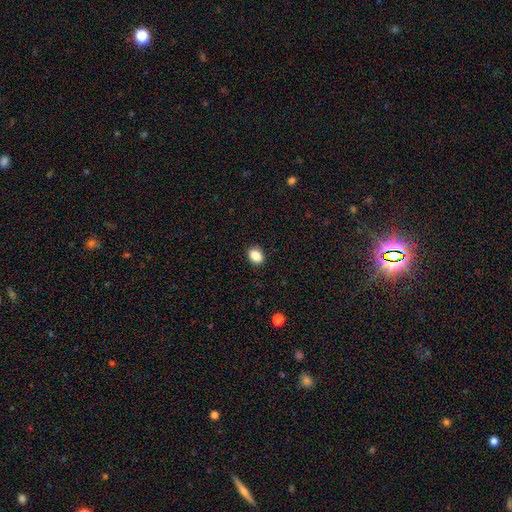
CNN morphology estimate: Smooth or featured: smooth — 87% (star or artifact — 9%)
How rounded: in between — 69% (round — 30%)
Merging: none — 90% (minor disturbance — 7%)